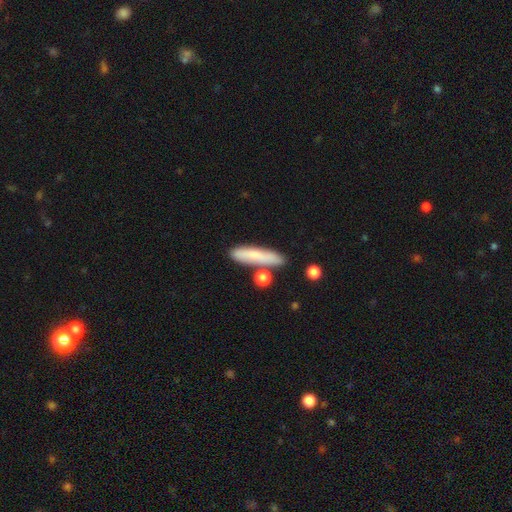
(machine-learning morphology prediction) Smooth or featured? smooth (71%)
How rounded? cigar-shaped (79%)
Merging? none (75%)